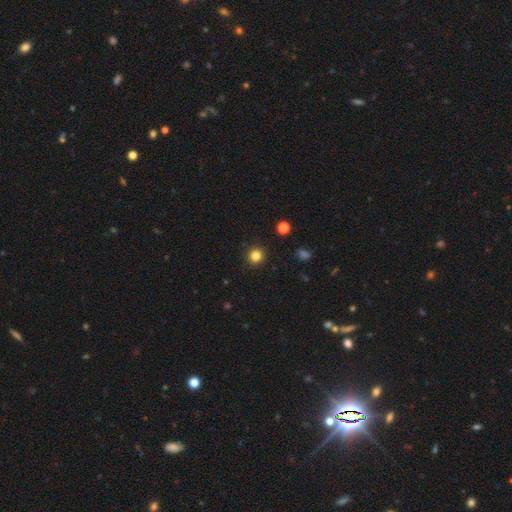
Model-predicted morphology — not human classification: type=smooth (83%); roundness=round (94%); merging=none (92%).